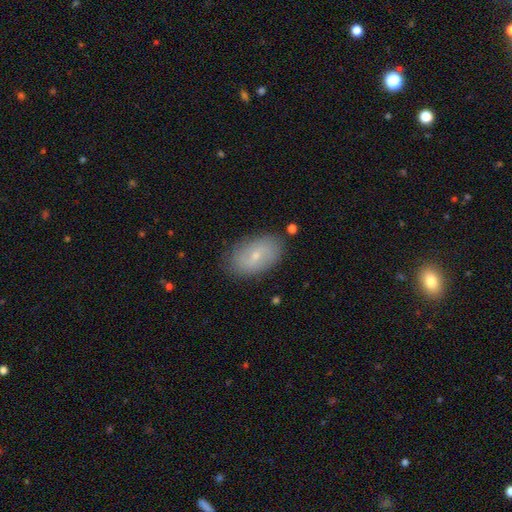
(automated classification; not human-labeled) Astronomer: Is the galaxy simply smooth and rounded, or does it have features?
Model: smooth — 58% (runner-up: featured or disk, 34%).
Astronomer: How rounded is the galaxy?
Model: in between — 92%.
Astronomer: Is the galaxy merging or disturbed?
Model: none — 83%.